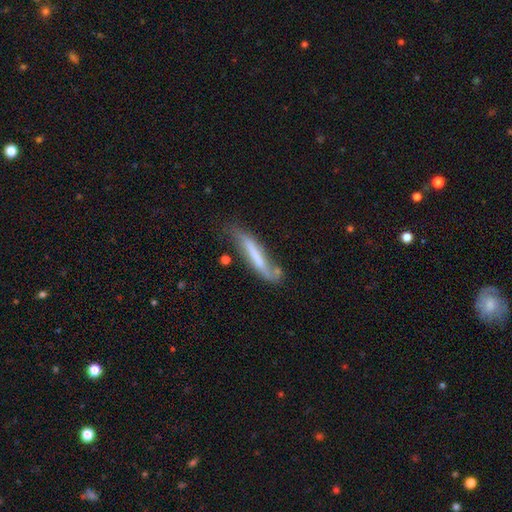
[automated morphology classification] A featured or disk galaxy (47%). Merging: none (44%).